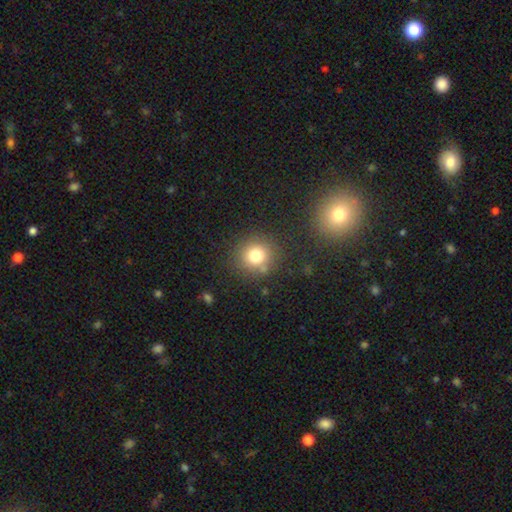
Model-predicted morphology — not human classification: smooth 77%, star or artifact 14%, featured or disk 9%. Down the decision tree: how rounded — round (89%); merging — none (83%).